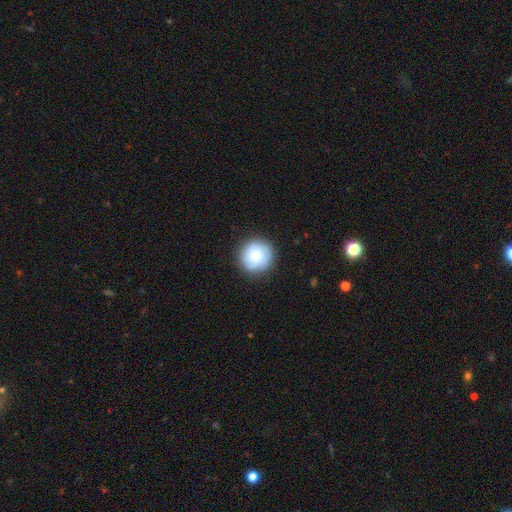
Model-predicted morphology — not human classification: Smooth or featured? Predicted: smooth (p=0.79). How rounded? Predicted: round (p=0.94). Merging? Predicted: none (p=0.87).